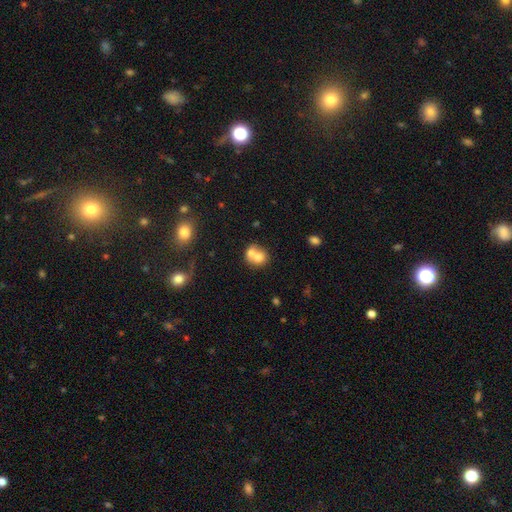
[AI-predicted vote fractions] This appears to be a smooth galaxy with no disk features (68%) that is round (70%). Merging: merger (63%).